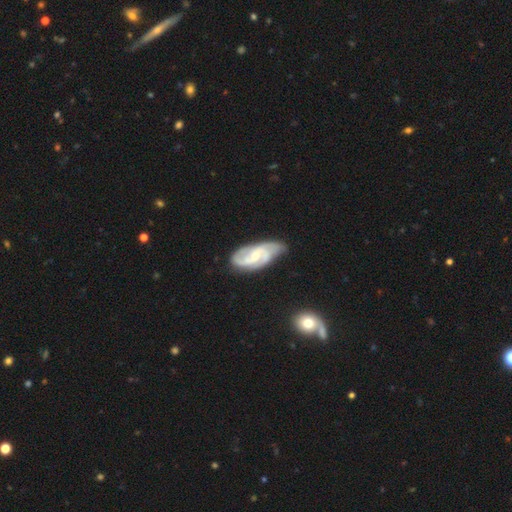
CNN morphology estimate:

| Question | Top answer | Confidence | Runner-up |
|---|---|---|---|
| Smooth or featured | featured or disk | 84% | smooth (12%) |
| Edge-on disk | no | 95% | yes (5%) |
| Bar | weak | 49% | no (35%) |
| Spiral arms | yes | 96% | no (4%) |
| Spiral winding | medium | 48% | tight (34%) |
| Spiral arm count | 2 | 51% | 3 (26%) |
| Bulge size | small | 54% | moderate (41%) |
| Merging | none | 59% | minor disturbance (29%) |